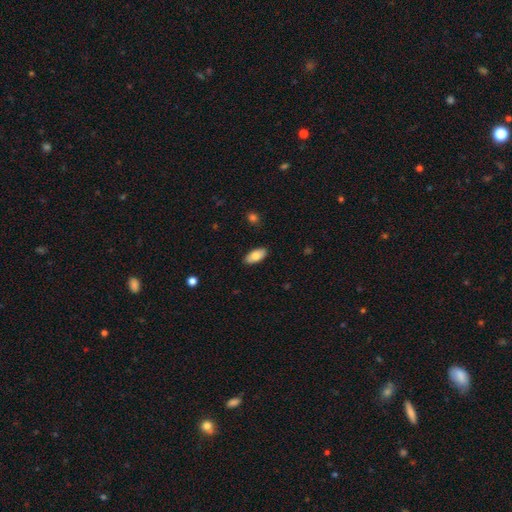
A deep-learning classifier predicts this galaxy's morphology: The model was most divided on "smooth or featured": smooth: 81%, featured or disk: 12%, star or artifact: 6%. More confident: how rounded — in between (91%); merging — none (87%).